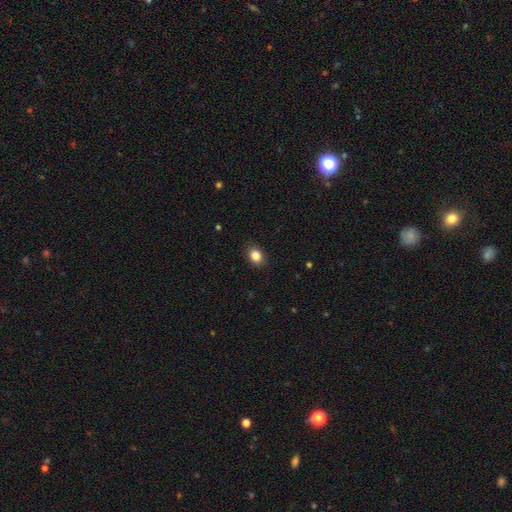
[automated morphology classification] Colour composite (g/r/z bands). It shows a smooth galaxy with no disk features (85%) that is in between round and cigar-shaped (58%). Merging: none (88%).